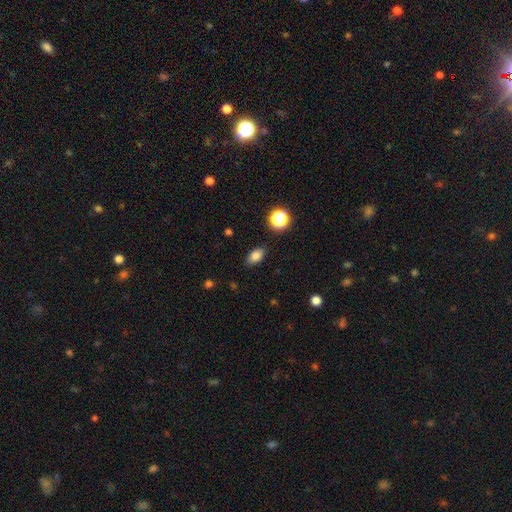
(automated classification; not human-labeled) Smooth or featured?
  - smooth: 82% *
  - star or artifact: 12%
  - featured or disk: 7%
How rounded?
  - in between: 86% *
  - round: 11%
  - cigar-shaped: 3%
Merging?
  - none: 85% *
  - minor disturbance: 10%
  - major disturbance: 3%
  - merger: 1%